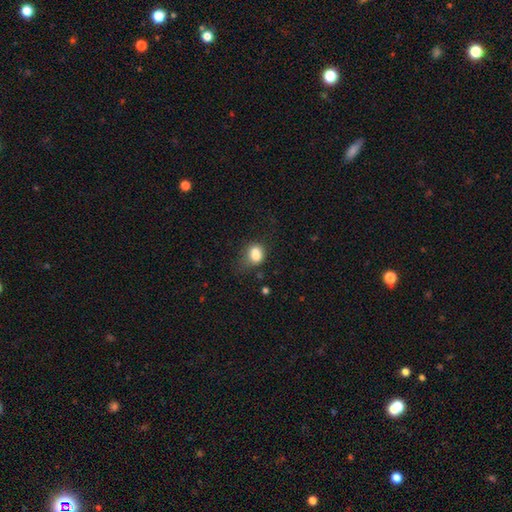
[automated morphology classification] Q: Smooth or featured?
A: smooth (82%); runner-up: star or artifact (10%)
Q: How rounded?
A: in between (59%); runner-up: round (40%)
Q: Merging?
A: none (44%); runner-up: minor disturbance (33%)